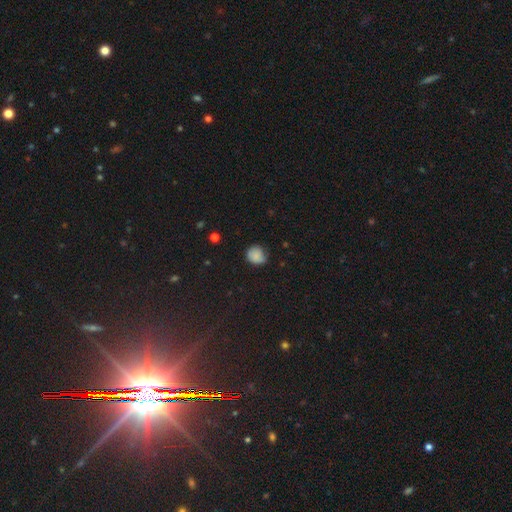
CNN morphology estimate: Q: Smooth or featured?
A: smooth (81%); runner-up: star or artifact (11%)
Q: How rounded?
A: round (79%); runner-up: in between (21%)
Q: Merging?
A: none (64%); runner-up: minor disturbance (28%)